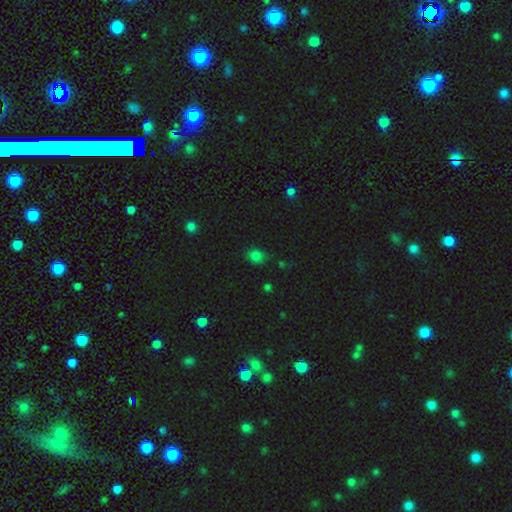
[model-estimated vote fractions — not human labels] A smooth galaxy with no disk features (76%) that is round (61%). Merging: none (71%).